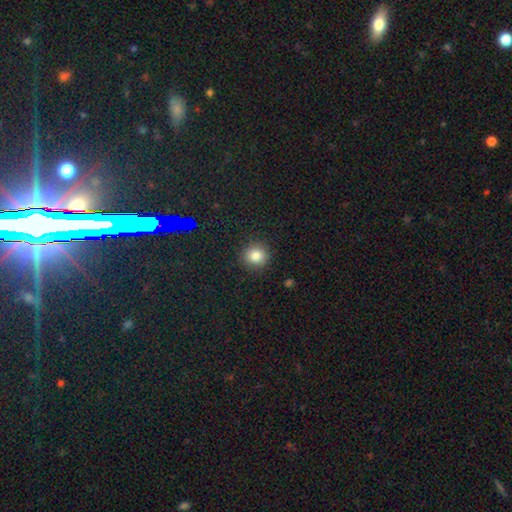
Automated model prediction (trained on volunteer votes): This is clearly a smooth galaxy (82%). How rounded: clearly round (90%). Merging: clearly none (90%).